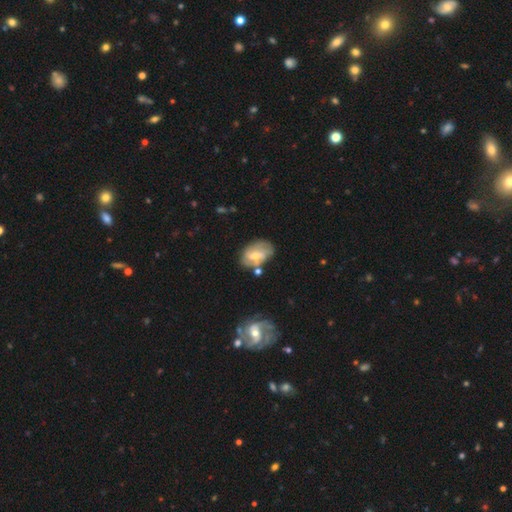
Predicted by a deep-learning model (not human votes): featured or disk 64%, smooth 28%, star or artifact 7%. Down the decision tree: edge-on disk — no (96%); bar — weak (48%); spiral arms — yes (80%); bulge size — small (51%); merging — none (56%).